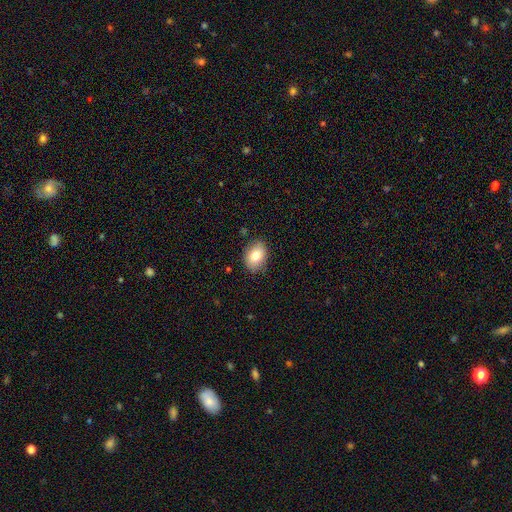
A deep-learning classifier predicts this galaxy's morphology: smooth 79%, featured or disk 13%, star or artifact 8%. Down the decision tree: how rounded — in between (72%); merging — none (83%).